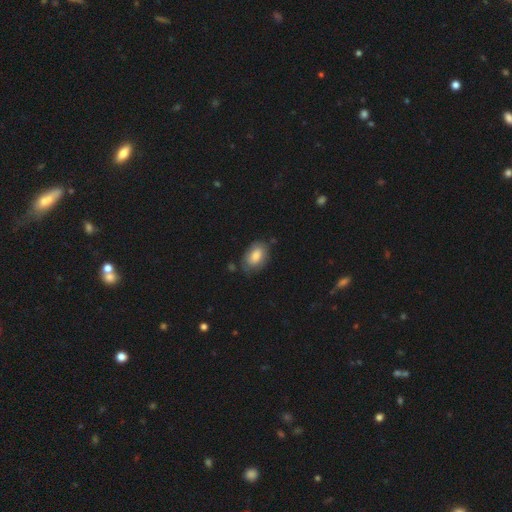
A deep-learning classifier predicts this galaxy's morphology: This appears to be a smooth galaxy with no disk features (79%) that is in between round and cigar-shaped (88%). Merging: none (72%).